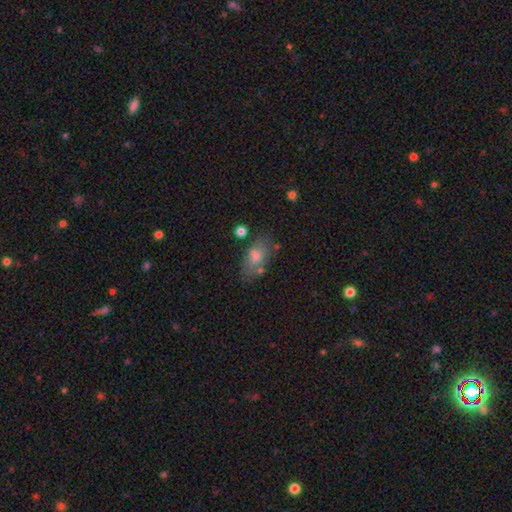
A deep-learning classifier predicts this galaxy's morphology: Smooth or featured?
  - smooth: 69% *
  - featured or disk: 20%
  - star or artifact: 10%
How rounded?
  - in between: 86% *
  - cigar-shaped: 8%
  - round: 6%
Merging?
  - none: 67% *
  - minor disturbance: 17%
  - merger: 9%
  - major disturbance: 6%